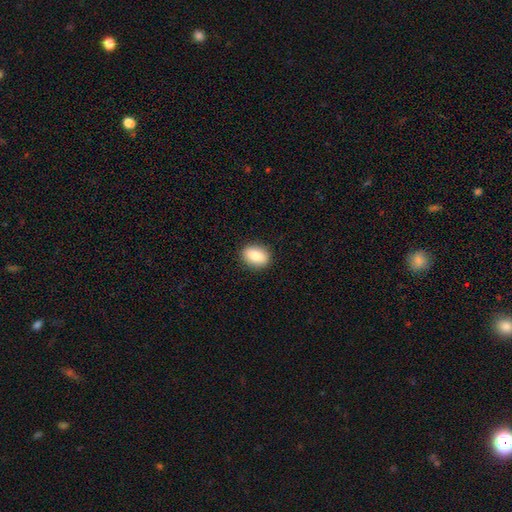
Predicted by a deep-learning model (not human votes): smooth_or_featured: smooth (p=0.85) [alt: featured or disk p=0.08]
how_rounded: in between (p=0.74) [alt: round p=0.24]
merging: none (p=0.89) [alt: minor disturbance p=0.08]